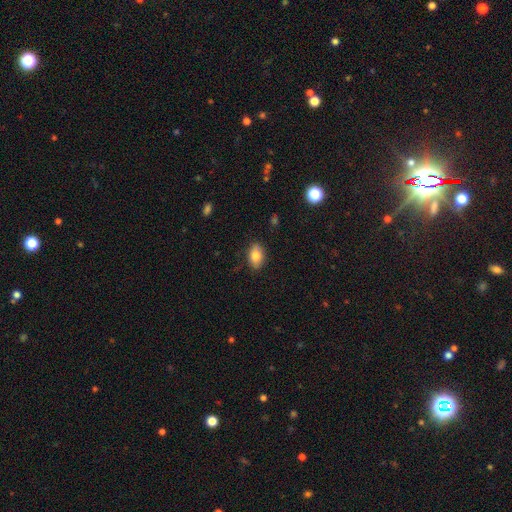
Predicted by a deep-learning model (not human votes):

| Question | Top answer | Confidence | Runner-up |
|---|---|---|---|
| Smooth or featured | smooth | 81% | featured or disk (10%) |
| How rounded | in between | 85% | round (14%) |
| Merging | none | 84% | minor disturbance (12%) |